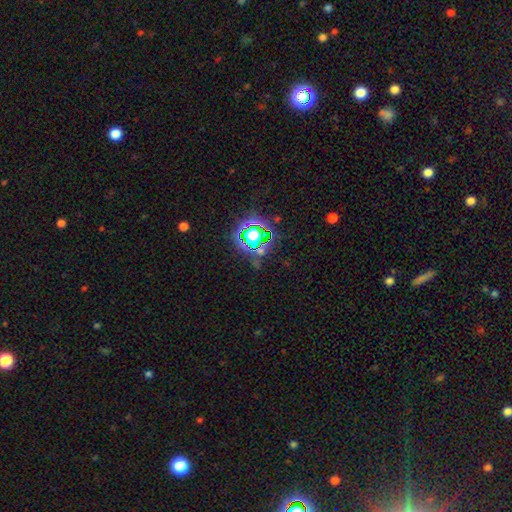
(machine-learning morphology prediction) type=star or artifact (78%).